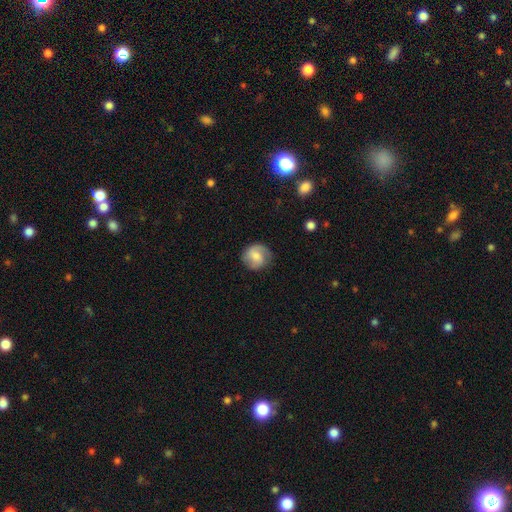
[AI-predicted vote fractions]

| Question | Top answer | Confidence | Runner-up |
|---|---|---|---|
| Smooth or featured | smooth | 53% | featured or disk (39%) |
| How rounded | round | 85% | in between (14%) |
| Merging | none | 76% | minor disturbance (17%) |